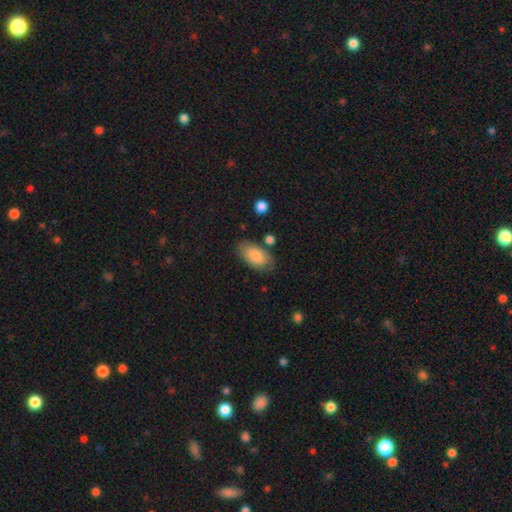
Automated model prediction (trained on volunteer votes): This appears to be a smooth galaxy with no disk features (84%) that is in between round and cigar-shaped (94%). Merging: none (71%).